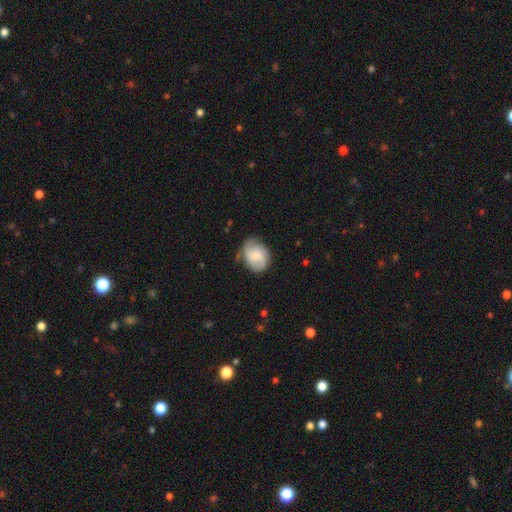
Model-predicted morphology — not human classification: A featured or disk galaxy (53%) with no bar (61%), spiral arms (90%) and a small central bulge (46%).

Vote fractions:
- Smooth or featured? featured or disk: 53% / smooth: 39% / star or artifact: 7%
- Edge-on disk? no: 97% / yes: 3%
- Bar? no: 61% / weak: 34% / strong: 5%
- Spiral arms? yes: 90% / no: 10%
- Bulge size? small: 46% / moderate: 34% / none: 12% / large: 6% / dominant: 2%
- Merging? none: 65% / minor disturbance: 25% / major disturbance: 8% / merger: 2%